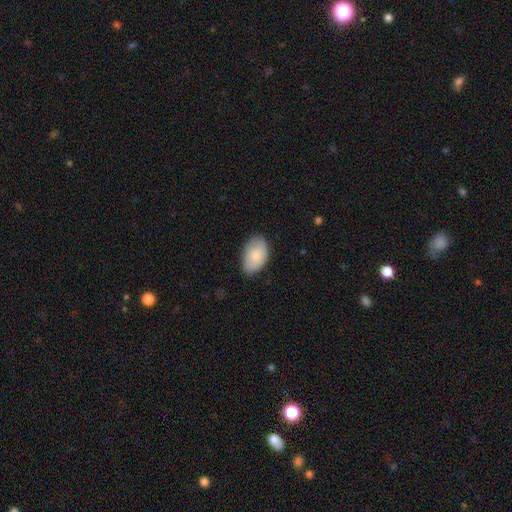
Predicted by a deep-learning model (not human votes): smooth-or-featured: smooth: 82% | featured or disk: 12% | star or artifact: 6%
  how-rounded: in between: 92% | round: 7% | cigar-shaped: 1%
  merging: none: 77% | minor disturbance: 19% | major disturbance: 3% | merger: 1%